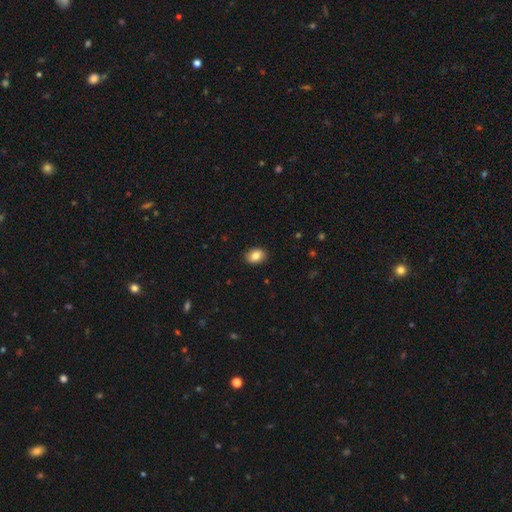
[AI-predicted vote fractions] Smooth or featured? smooth (85%)
How rounded? in between (71%)
Merging? none (90%)